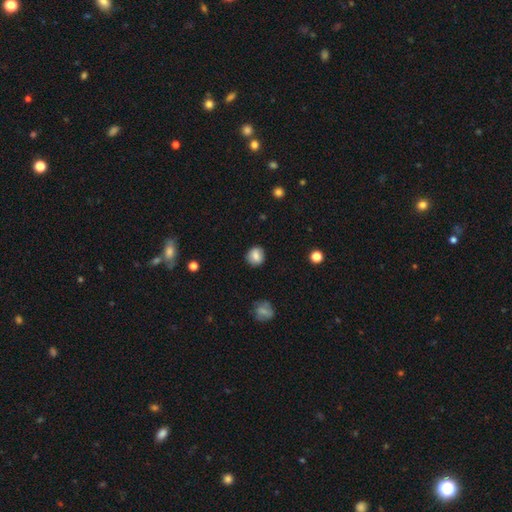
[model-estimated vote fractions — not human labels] smooth_or_featured: smooth (p=0.82) [alt: featured or disk p=0.10]
how_rounded: round (p=0.79) [alt: in between p=0.20]
merging: none (p=0.87) [alt: minor disturbance p=0.09]